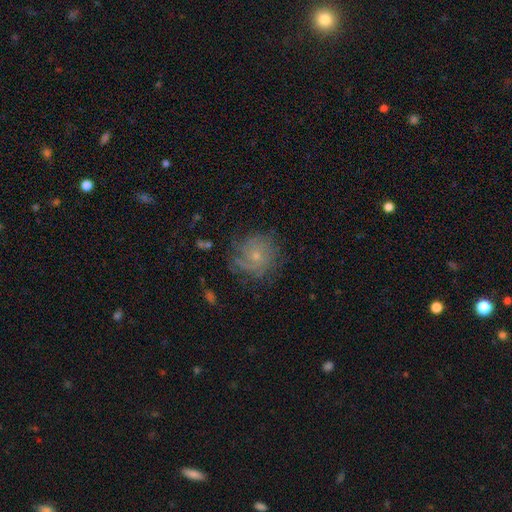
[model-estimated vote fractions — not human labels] Morphology: type=featured or disk (60%); edge-on=no (97%); bar=no (83%); spiral arms=yes (84%); bulge=small (67%); merging=none (68%).